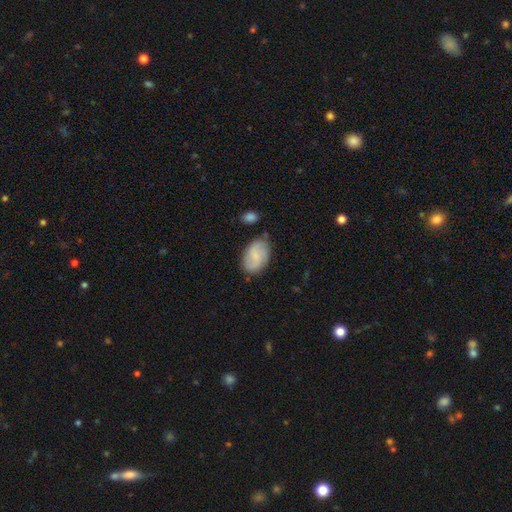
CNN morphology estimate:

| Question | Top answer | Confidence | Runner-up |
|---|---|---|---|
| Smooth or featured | smooth | 57% | featured or disk (36%) |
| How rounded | in between | 89% | round (9%) |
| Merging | none | 71% | minor disturbance (20%) |